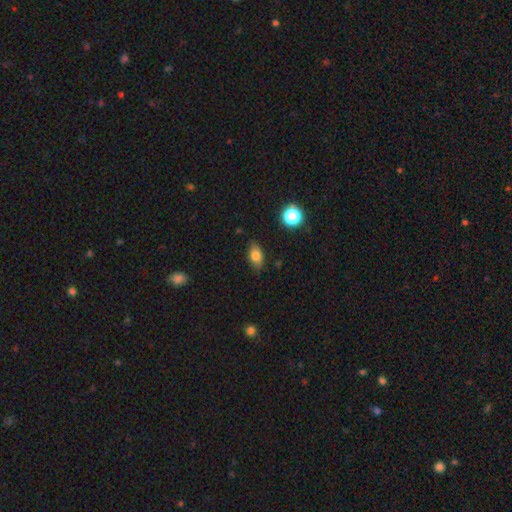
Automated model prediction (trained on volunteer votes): A smooth galaxy with no disk features (78%) that is in between round and cigar-shaped (83%).

Vote fractions:
- Smooth or featured? smooth: 78% / featured or disk: 11% / star or artifact: 11%
- How rounded? in between: 83% / round: 13% / cigar-shaped: 4%
- Merging? none: 82% / minor disturbance: 13% / major disturbance: 3% / merger: 2%